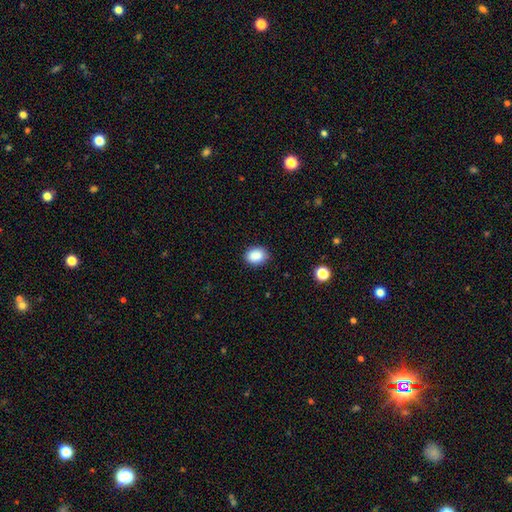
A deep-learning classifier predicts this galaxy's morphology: A smooth galaxy with no disk features (88%) that is in between round and cigar-shaped (61%).

Vote fractions:
- Smooth or featured? smooth: 88% / star or artifact: 9% / featured or disk: 3%
- How rounded? in between: 61% / round: 38% / cigar-shaped: 1%
- Merging? none: 88% / minor disturbance: 9% / major disturbance: 2% / merger: 1%